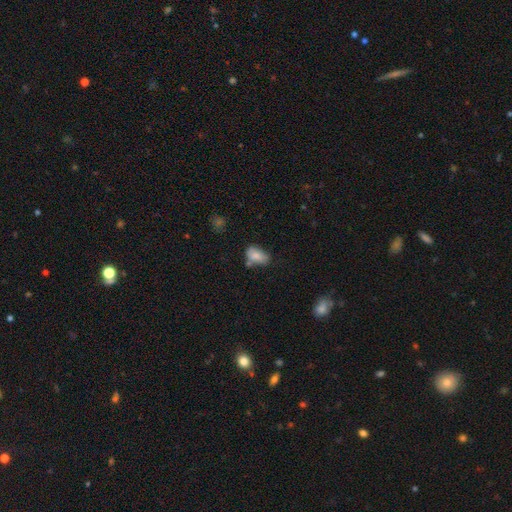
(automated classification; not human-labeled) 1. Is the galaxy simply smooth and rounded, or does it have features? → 79% smooth, 13% featured or disk, 9% star or artifact.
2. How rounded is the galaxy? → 89% in between, 9% round, 2% cigar-shaped.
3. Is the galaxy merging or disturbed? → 47% none, 28% minor disturbance, 16% merger, 9% major disturbance.